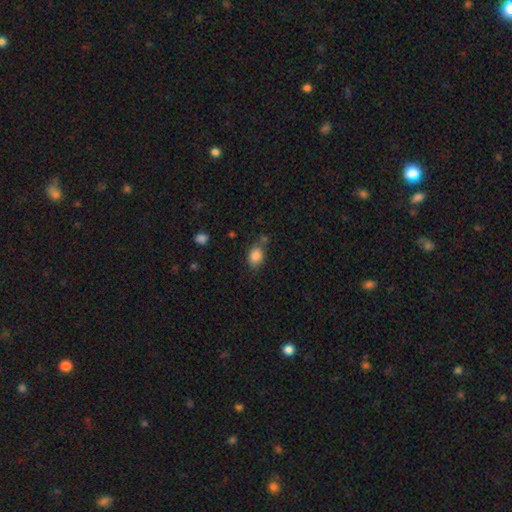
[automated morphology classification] smooth-or-featured: smooth: 85% | star or artifact: 9% | featured or disk: 6%
  how-rounded: in between: 72% | round: 27% | cigar-shaped: 1%
  merging: none: 67% | minor disturbance: 18% | merger: 10% | major disturbance: 5%